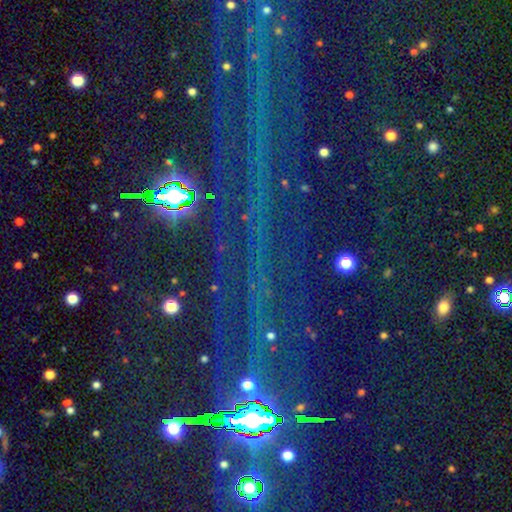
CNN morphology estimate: Smooth or featured: star or artifact — 86% (smooth — 8%)